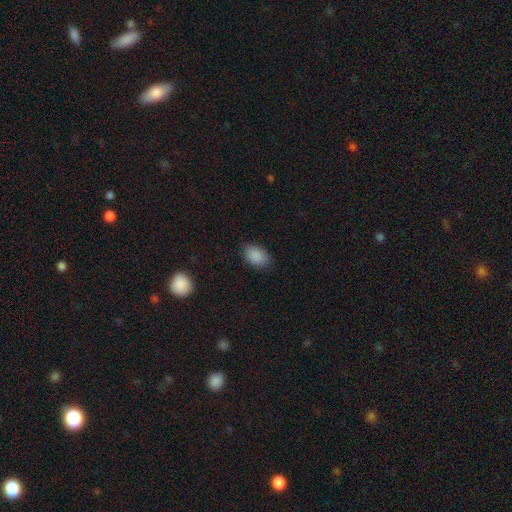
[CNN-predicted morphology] Overall: smooth (89%). How rounded: in between (87%). Merging: none (84%).